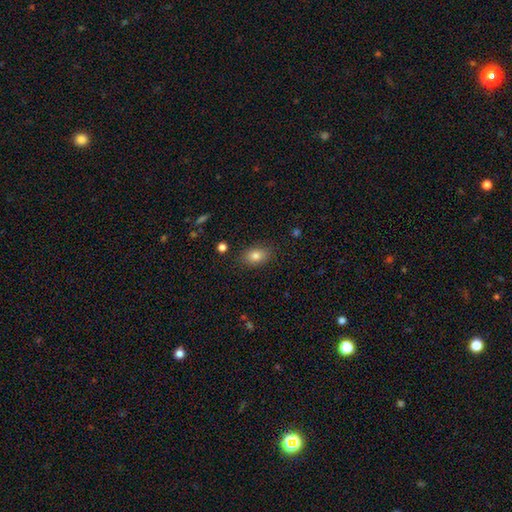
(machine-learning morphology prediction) A smooth galaxy with no disk features (80%) that is in between round and cigar-shaped (79%). Merging: none (85%).